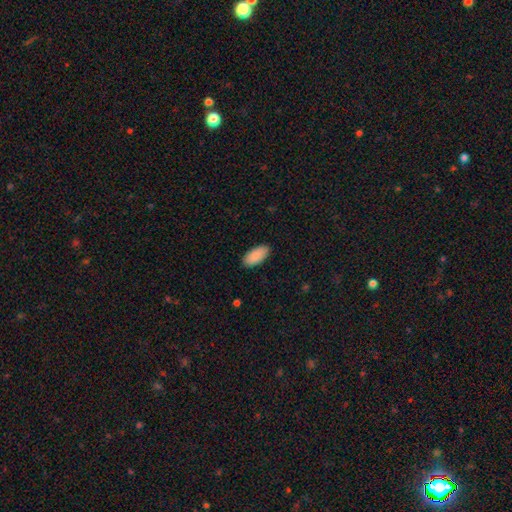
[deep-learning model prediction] Morphology: type=smooth (90%); roundness=in between (92%); merging=none (89%).